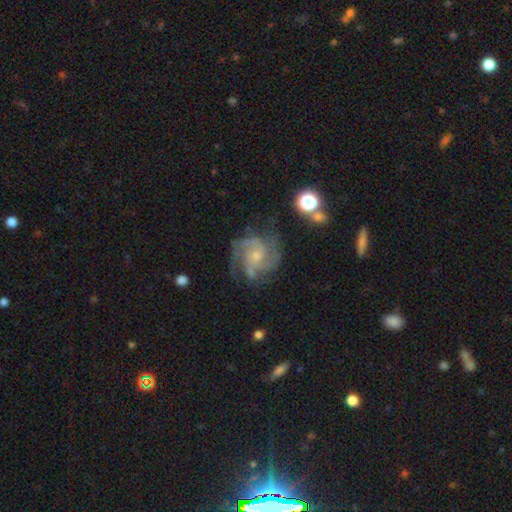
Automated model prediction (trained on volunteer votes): Smooth or featured? Predicted: featured or disk (p=0.88). Edge-on disk? Predicted: no (p=0.98). Bar? Predicted: no (p=0.67). Spiral arms? Predicted: yes (p=0.98). Spiral winding? Predicted: medium (p=0.49). Spiral arm count? Predicted: 3 (p=0.45). Bulge size? Predicted: small (p=0.64). Merging? Predicted: none (p=0.69).